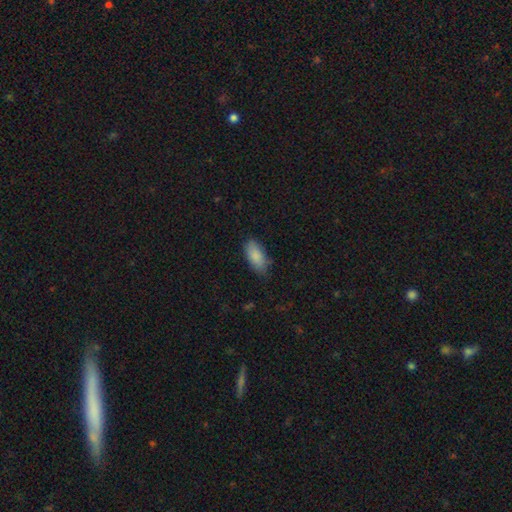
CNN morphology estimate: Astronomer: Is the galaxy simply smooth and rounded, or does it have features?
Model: smooth — 87%.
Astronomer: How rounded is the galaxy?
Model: in between — 90%.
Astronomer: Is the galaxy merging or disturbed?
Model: none — 75%.